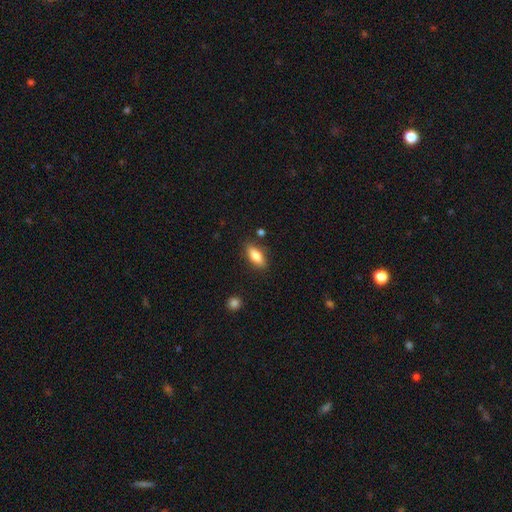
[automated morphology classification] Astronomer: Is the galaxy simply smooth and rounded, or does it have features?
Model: smooth — 78%.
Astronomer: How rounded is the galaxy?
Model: in between — 78%.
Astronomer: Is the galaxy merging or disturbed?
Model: none — 84%.